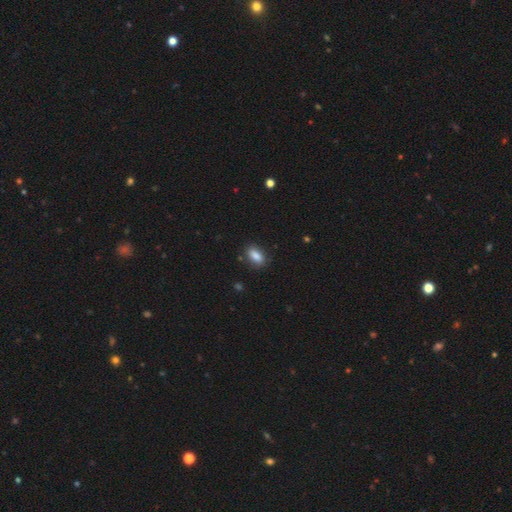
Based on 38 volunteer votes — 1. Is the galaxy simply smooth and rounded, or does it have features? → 92% smooth, 5% featured or disk, 3% star or artifact.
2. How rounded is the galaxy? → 89% in between, 9% round, 3% cigar-shaped.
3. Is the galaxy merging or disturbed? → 78% none, 14% minor disturbance, 8% major disturbance, 0% merger.